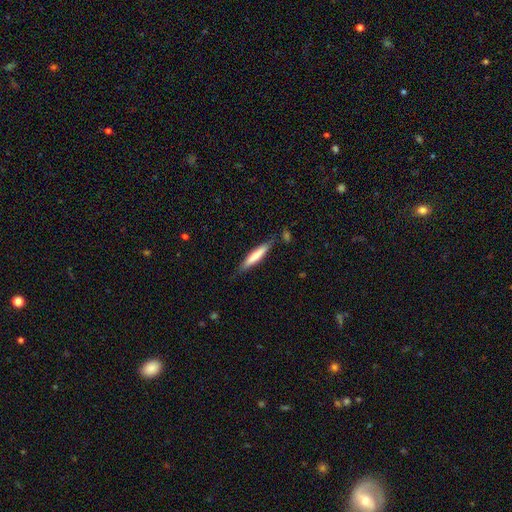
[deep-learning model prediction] Q: Smooth or featured?
A: smooth (70%); runner-up: featured or disk (24%)
Q: How rounded?
A: cigar-shaped (90%); runner-up: in between (9%)
Q: Merging?
A: none (79%); runner-up: minor disturbance (15%)